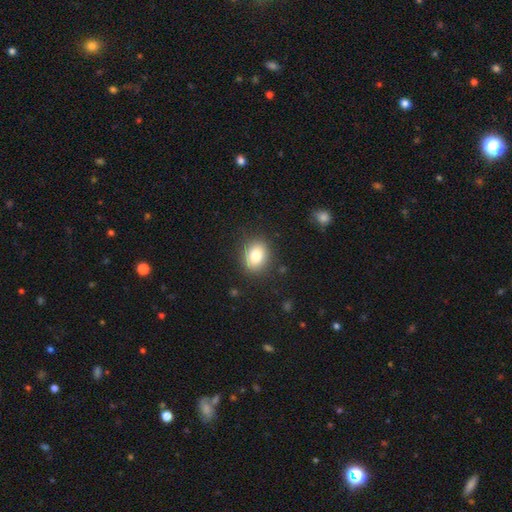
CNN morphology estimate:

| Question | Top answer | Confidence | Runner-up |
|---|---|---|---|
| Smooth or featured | smooth | 83% | star or artifact (9%) |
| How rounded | in between | 54% | round (45%) |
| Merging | none | 86% | minor disturbance (10%) |